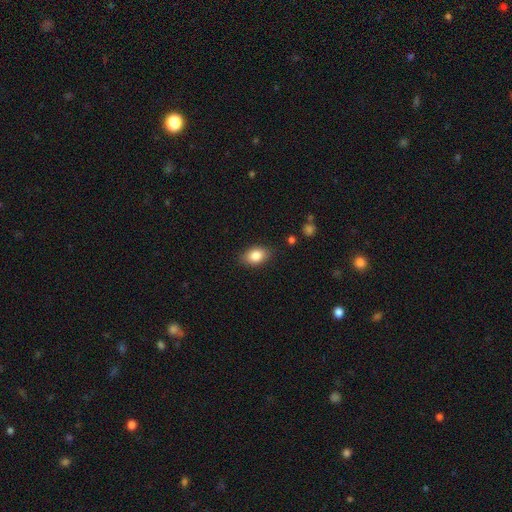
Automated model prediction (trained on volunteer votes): This is clearly a smooth galaxy (84%). How rounded: clearly in between (85%). Merging: clearly none (84%).